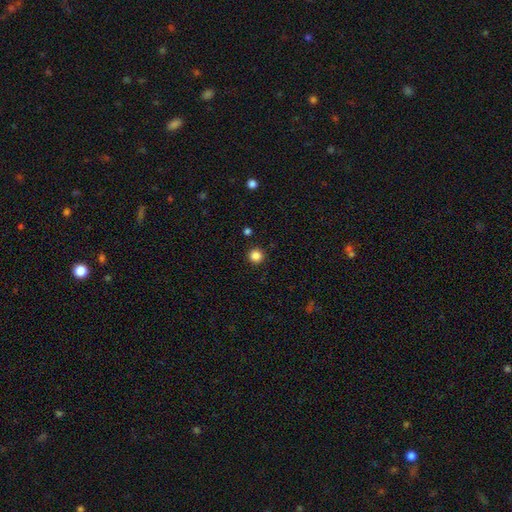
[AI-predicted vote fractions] Smooth or featured? smooth (85%)
How rounded? round (96%)
Merging? none (92%)